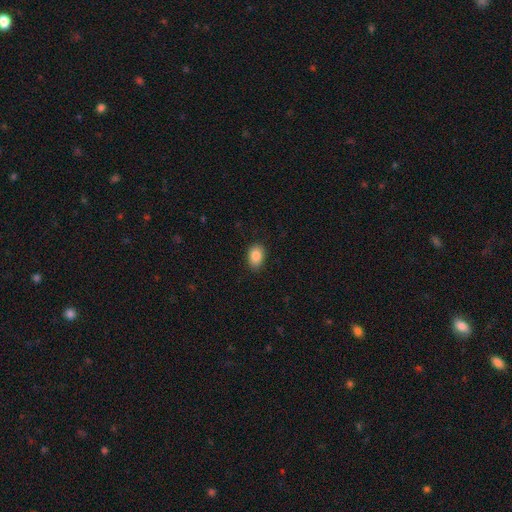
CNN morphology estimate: A smooth galaxy with no disk features (87%) that is in between round and cigar-shaped (79%).

Vote fractions:
- Smooth or featured? smooth: 87% / star or artifact: 8% / featured or disk: 5%
- How rounded? in between: 79% / round: 19% / cigar-shaped: 1%
- Merging? none: 85% / minor disturbance: 12% / major disturbance: 2% / merger: 1%